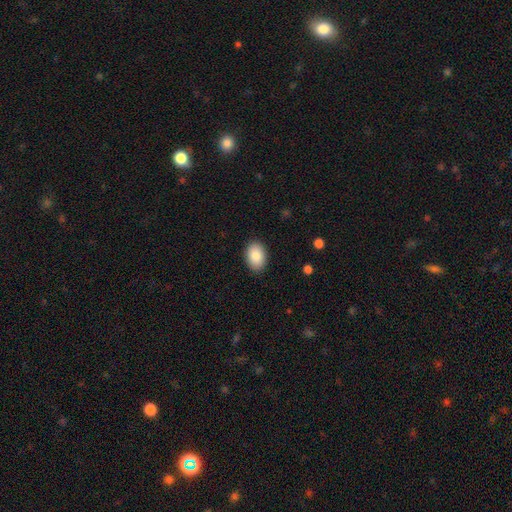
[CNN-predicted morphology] A smooth galaxy with no disk features (87%) that is in between round and cigar-shaped (86%).

Vote fractions:
- Smooth or featured? smooth: 87% / star or artifact: 7% / featured or disk: 6%
- How rounded? in between: 86% / round: 13% / cigar-shaped: 1%
- Merging? none: 89% / minor disturbance: 8% / major disturbance: 2% / merger: 1%